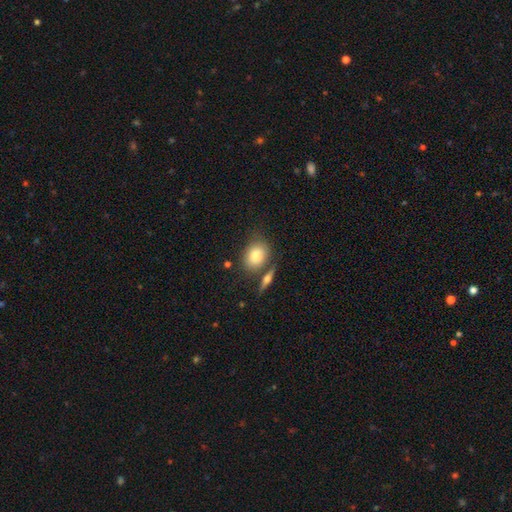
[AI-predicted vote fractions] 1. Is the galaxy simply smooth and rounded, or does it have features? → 78% smooth, 13% featured or disk, 8% star or artifact.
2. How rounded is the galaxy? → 59% in between, 39% round, 2% cigar-shaped.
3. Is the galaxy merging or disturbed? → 65% none, 16% merger, 14% minor disturbance, 4% major disturbance.